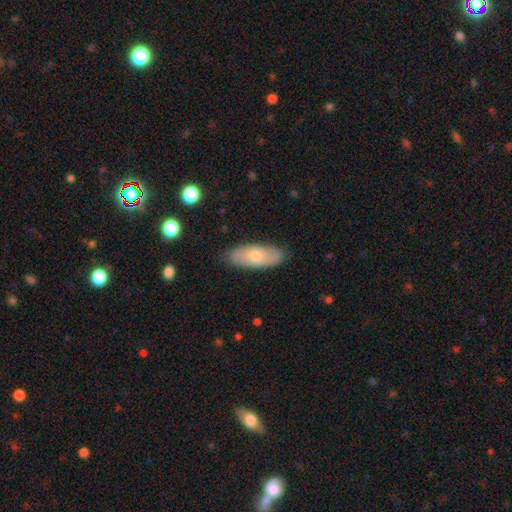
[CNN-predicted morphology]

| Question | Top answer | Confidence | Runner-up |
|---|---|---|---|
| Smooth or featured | smooth | 57% | featured or disk (37%) |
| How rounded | in between | 77% | cigar-shaped (20%) |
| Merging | none | 84% | minor disturbance (13%) |